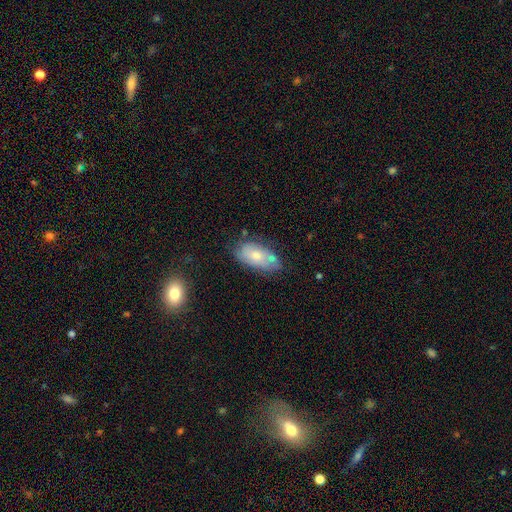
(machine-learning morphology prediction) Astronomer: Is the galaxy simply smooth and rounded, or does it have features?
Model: smooth — 60%.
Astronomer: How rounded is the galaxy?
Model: in between — 91%.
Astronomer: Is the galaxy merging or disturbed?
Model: none — 54%.